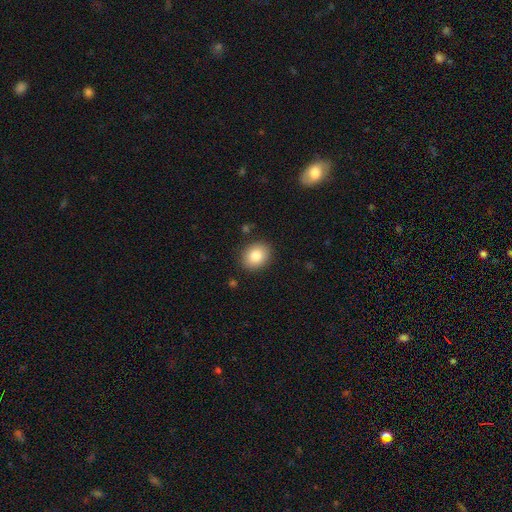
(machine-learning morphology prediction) This is clearly a smooth galaxy (85%). How rounded: possibly round (52%). Merging: clearly none (88%).